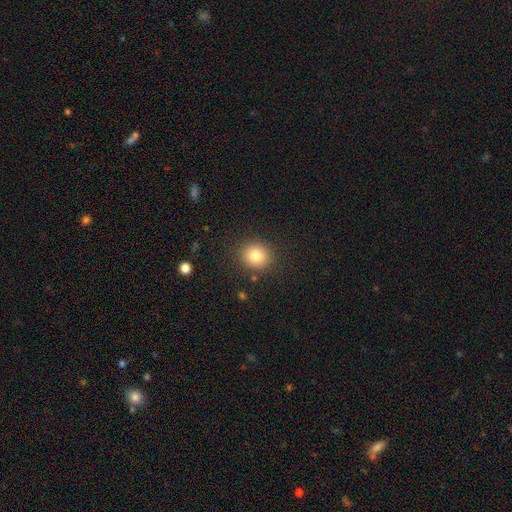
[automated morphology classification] The model was most divided on "how rounded": round: 83%, in between: 17%, cigar-shaped: 1%. More confident: merging — none (88%); smooth or featured — smooth (82%).